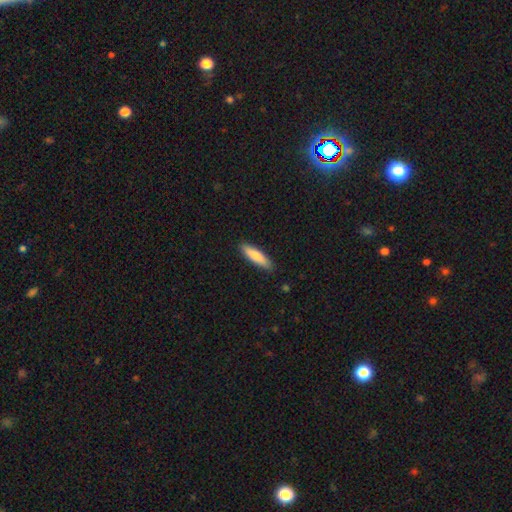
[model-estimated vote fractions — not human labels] Smooth or featured? smooth (81%)
How rounded? cigar-shaped (71%)
Merging? none (89%)